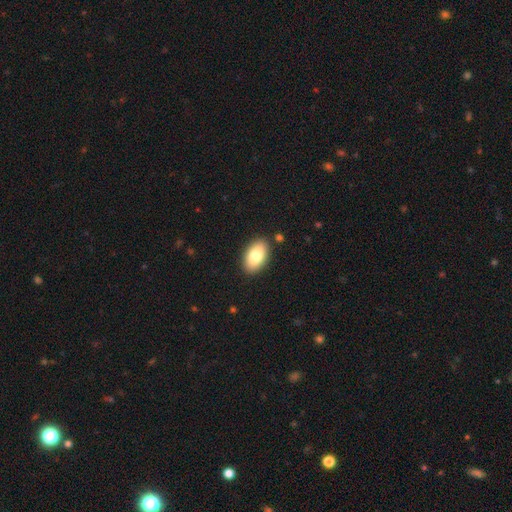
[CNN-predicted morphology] Smooth or featured?
  - smooth: 80% *
  - featured or disk: 13%
  - star or artifact: 7%
How rounded?
  - in between: 94% *
  - round: 4%
  - cigar-shaped: 2%
Merging?
  - none: 88% *
  - minor disturbance: 8%
  - major disturbance: 2%
  - merger: 2%